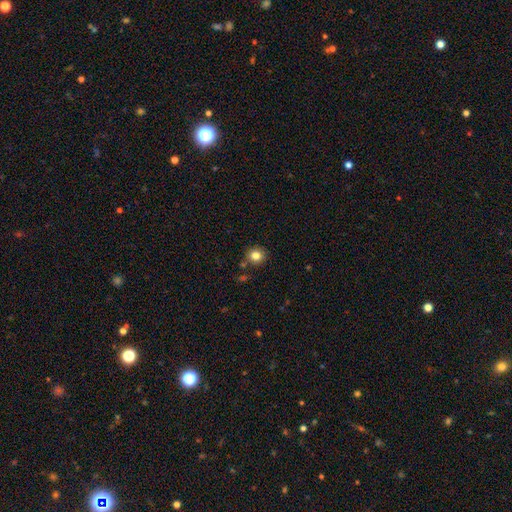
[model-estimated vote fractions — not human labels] smooth-or-featured: smooth: 83% | star or artifact: 11% | featured or disk: 6%
  how-rounded: round: 89% | in between: 10% | cigar-shaped: 1%
  merging: none: 83% | minor disturbance: 9% | merger: 6% | major disturbance: 2%